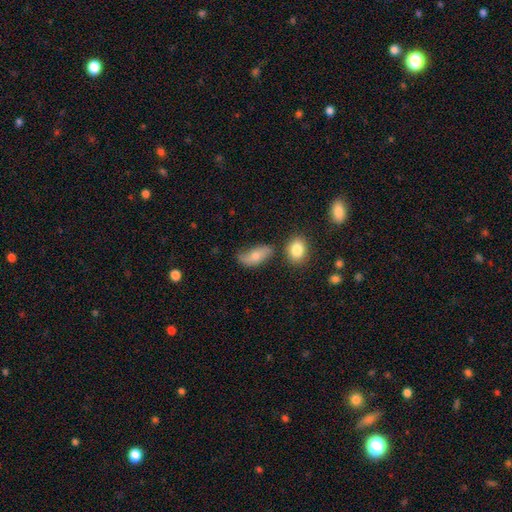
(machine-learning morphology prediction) Smooth or featured: smooth — 64% (featured or disk — 27%)
How rounded: in between — 89% (round — 6%)
Merging: none — 49% (minor disturbance — 30%)